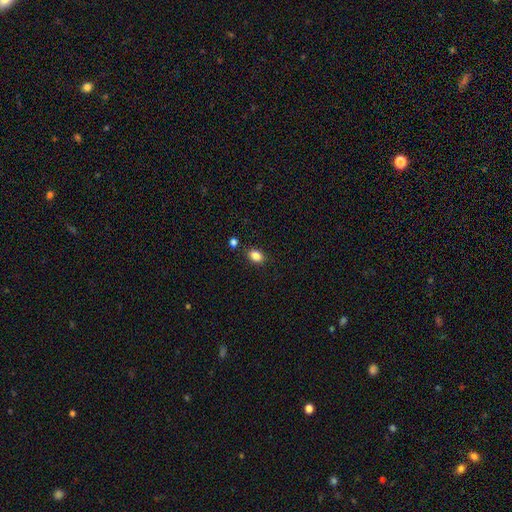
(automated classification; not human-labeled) The model was most divided on "how rounded": in between: 72%, round: 27%, cigar-shaped: 1%. More confident: merging — none (85%); smooth or featured — smooth (85%).